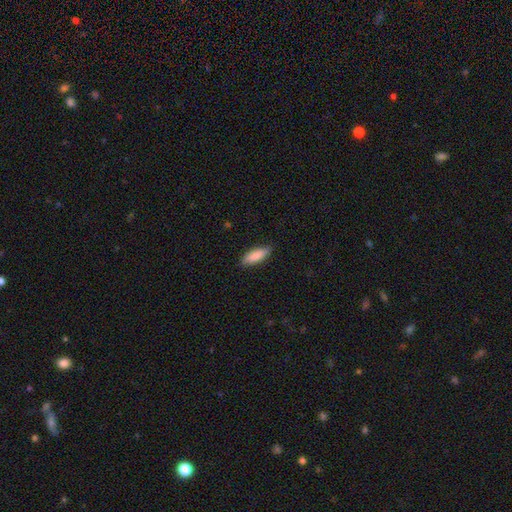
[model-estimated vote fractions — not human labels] A smooth galaxy with no disk features (88%) that is in between round and cigar-shaped (61%). Merging: none (86%).